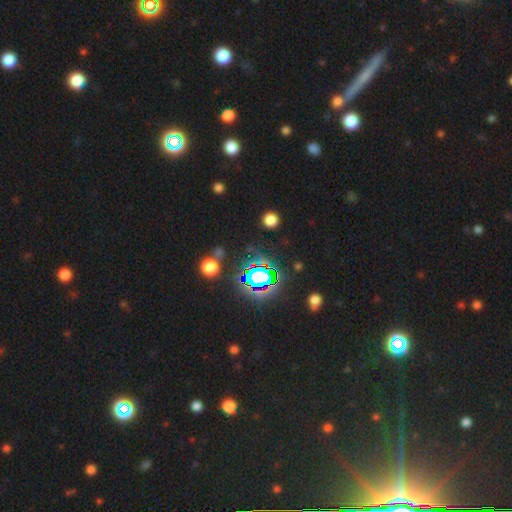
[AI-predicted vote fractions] smooth_or_featured: star or artifact (p=0.77) [alt: smooth p=0.14]